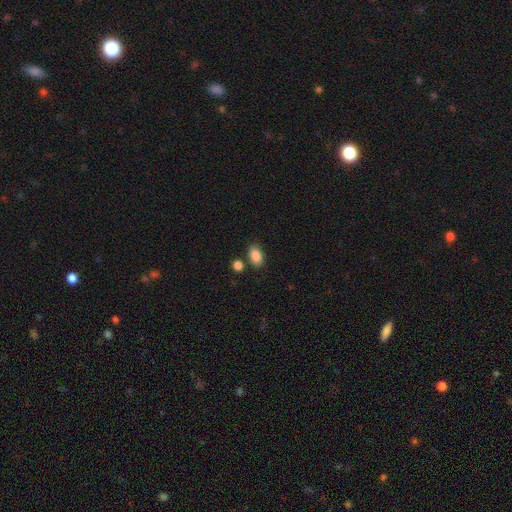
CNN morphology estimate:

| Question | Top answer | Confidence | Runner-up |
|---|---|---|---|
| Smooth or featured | smooth | 87% | star or artifact (8%) |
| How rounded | in between | 89% | round (9%) |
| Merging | none | 79% | minor disturbance (11%) |